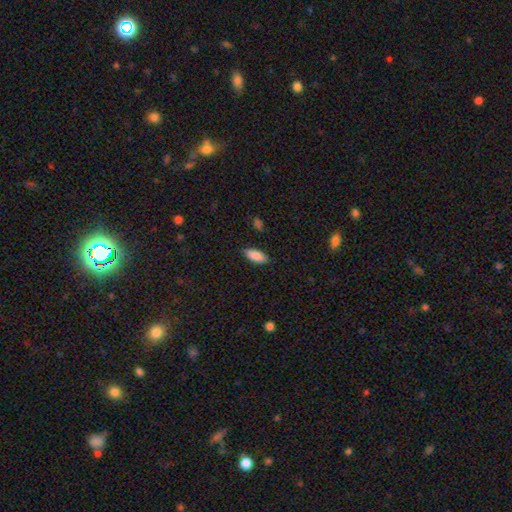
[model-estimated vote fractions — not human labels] The model was most divided on "how rounded": in between: 85%, cigar-shaped: 13%, round: 2%. More confident: smooth or featured — smooth (87%); merging — none (85%).